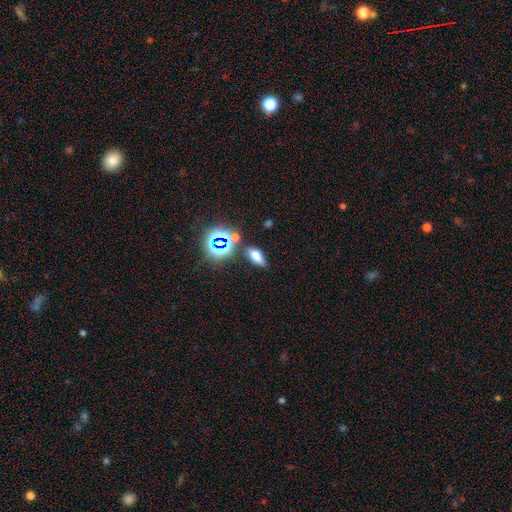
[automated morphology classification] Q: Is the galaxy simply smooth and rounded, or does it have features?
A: smooth — 61%.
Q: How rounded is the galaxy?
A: in between — 73%.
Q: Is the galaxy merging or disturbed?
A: none — 76%.